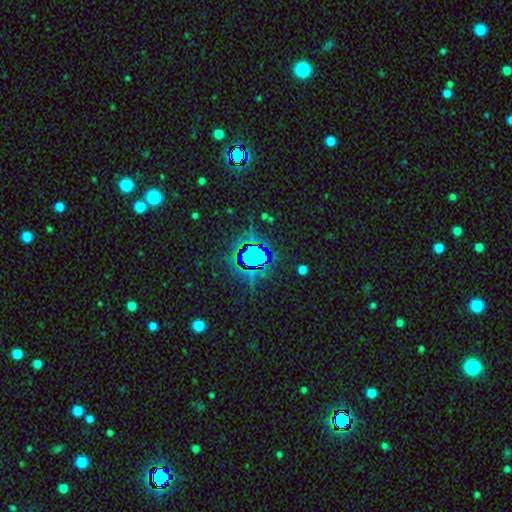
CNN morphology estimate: Smooth or featured? star or artifact (74%)